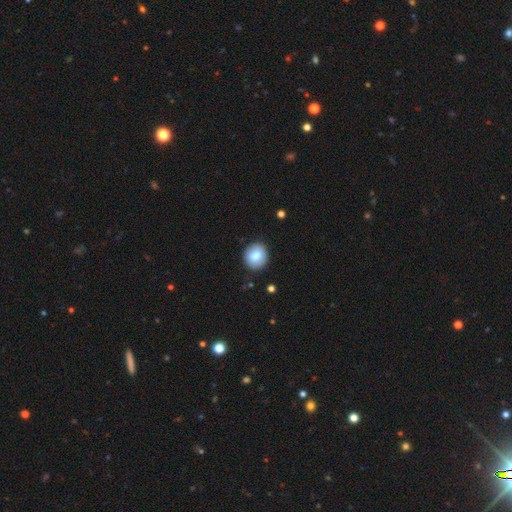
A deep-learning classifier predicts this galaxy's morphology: Q: Smooth or featured?
A: smooth (79%); runner-up: featured or disk (13%)
Q: How rounded?
A: round (82%); runner-up: in between (17%)
Q: Merging?
A: none (89%); runner-up: minor disturbance (8%)